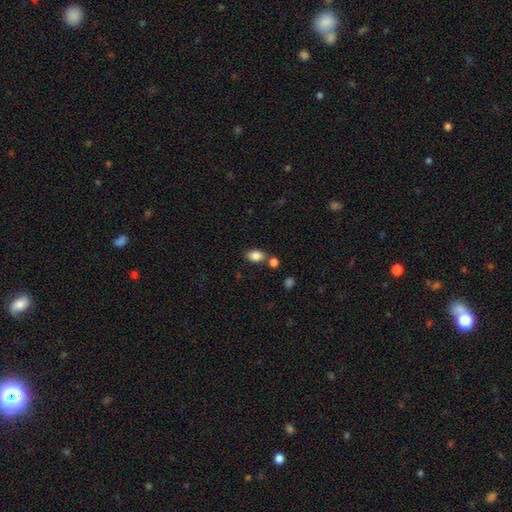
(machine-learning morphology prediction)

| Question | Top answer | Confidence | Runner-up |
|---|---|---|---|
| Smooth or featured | smooth | 85% | star or artifact (8%) |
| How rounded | in between | 87% | round (11%) |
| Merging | none | 69% | merger (16%) |